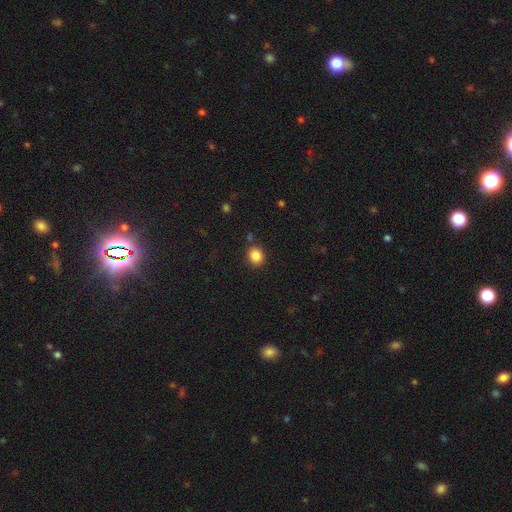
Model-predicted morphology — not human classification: A smooth galaxy with no disk features (85%) that is round (75%).

Vote fractions:
- Smooth or featured? smooth: 85% / star or artifact: 10% / featured or disk: 5%
- How rounded? round: 75% / in between: 24% / cigar-shaped: 1%
- Merging? none: 86% / minor disturbance: 8% / merger: 3% / major disturbance: 3%